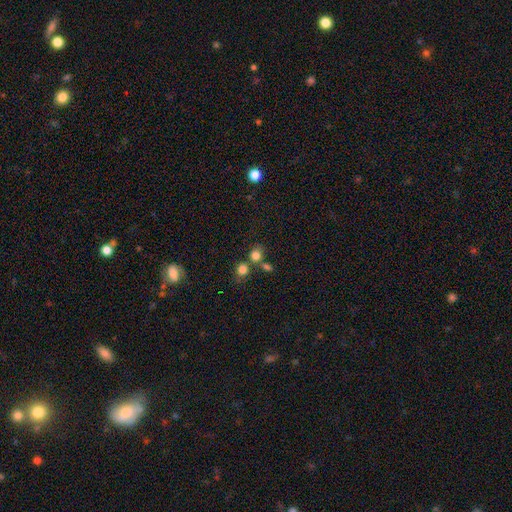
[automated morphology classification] Smooth or featured?
  - smooth: 78% *
  - star or artifact: 14%
  - featured or disk: 7%
How rounded?
  - round: 75% *
  - in between: 24%
  - cigar-shaped: 1%
Merging?
  - none: 54% *
  - merger: 31%
  - minor disturbance: 10%
  - major disturbance: 5%